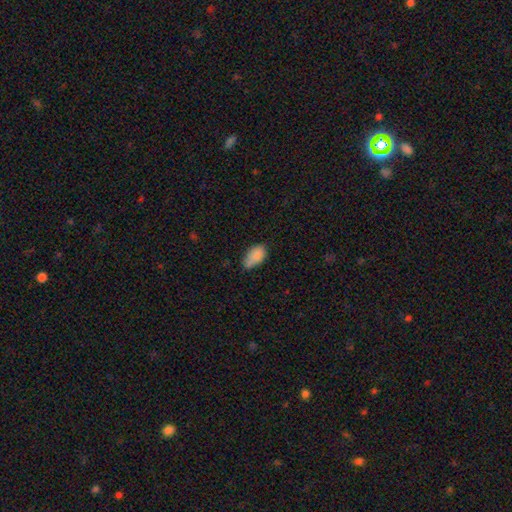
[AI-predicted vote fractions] Q: Smooth or featured?
A: smooth (84%); runner-up: star or artifact (8%)
Q: How rounded?
A: in between (92%); runner-up: round (5%)
Q: Merging?
A: none (49%); runner-up: minor disturbance (37%)